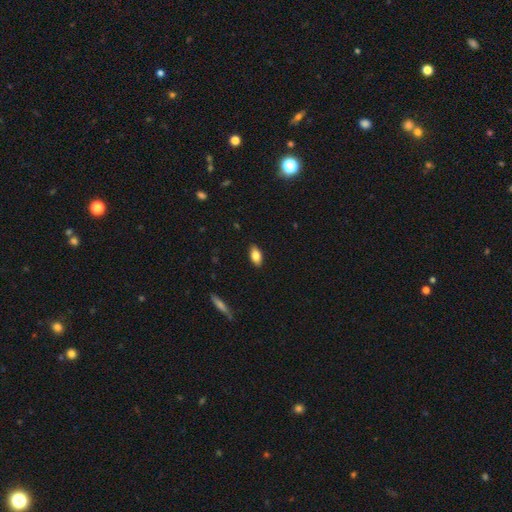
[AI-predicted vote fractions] Q: Smooth or featured?
A: smooth (83%); runner-up: featured or disk (10%)
Q: How rounded?
A: in between (89%); runner-up: cigar-shaped (7%)
Q: Merging?
A: none (88%); runner-up: minor disturbance (9%)